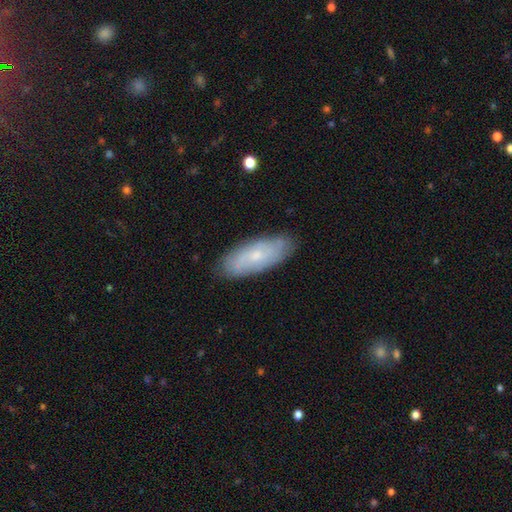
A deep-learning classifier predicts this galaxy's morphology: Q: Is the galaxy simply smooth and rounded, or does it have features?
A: featured or disk — 48%.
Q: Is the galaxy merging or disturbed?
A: none — 81%.